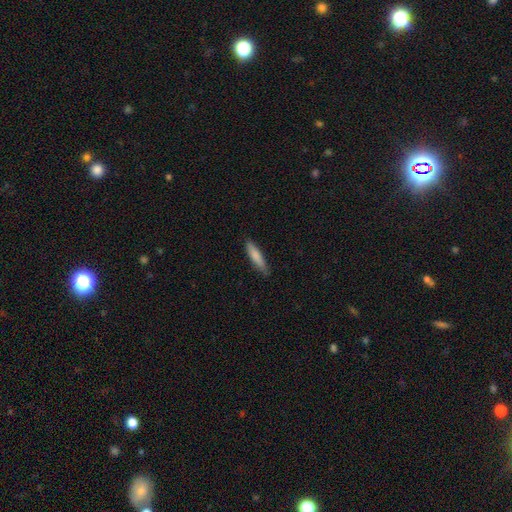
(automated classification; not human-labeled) This appears to be a smooth galaxy with no disk features (81%) that is cigar-shaped (84%). Merging: none (85%).